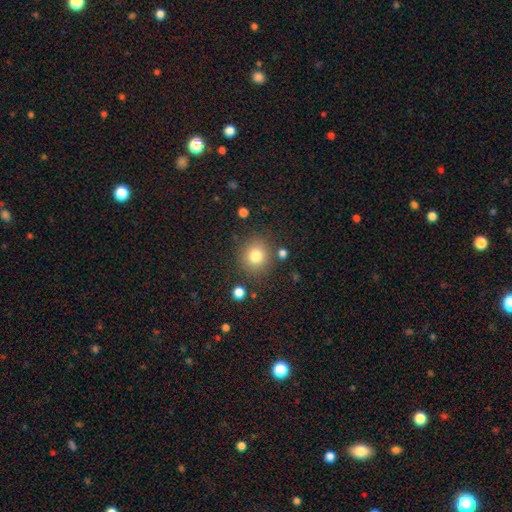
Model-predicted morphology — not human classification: This is clearly a smooth galaxy (80%). How rounded: clearly round (87%). Merging: clearly none (82%).